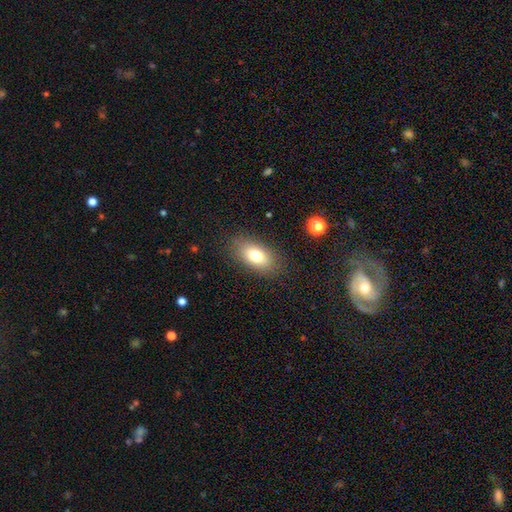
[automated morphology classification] Smooth or featured: smooth — 75% (featured or disk — 15%)
How rounded: in between — 89% (round — 7%)
Merging: none — 85% (minor disturbance — 10%)